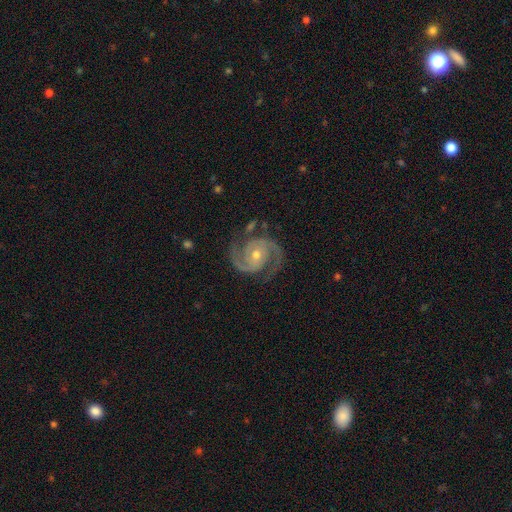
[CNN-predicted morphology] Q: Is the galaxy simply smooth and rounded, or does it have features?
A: featured or disk — 93%.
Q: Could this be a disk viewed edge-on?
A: no — 98%.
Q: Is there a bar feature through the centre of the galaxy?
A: no — 64%.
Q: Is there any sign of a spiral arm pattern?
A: yes — 99%.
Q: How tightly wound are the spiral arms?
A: medium — 50%.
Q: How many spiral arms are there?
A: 2 — 92%.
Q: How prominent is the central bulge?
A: moderate — 51%.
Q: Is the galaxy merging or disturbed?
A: none — 81%.